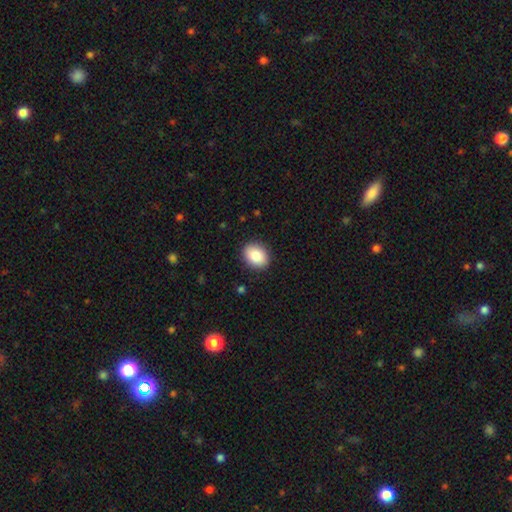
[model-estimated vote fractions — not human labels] Morphology: type=smooth (86%); roundness=in between (59%); merging=none (89%).